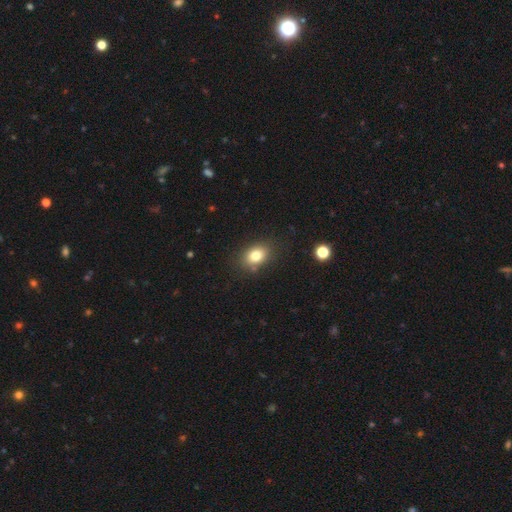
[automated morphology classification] Q: Smooth or featured?
A: smooth (79%); runner-up: star or artifact (11%)
Q: How rounded?
A: in between (68%); runner-up: round (31%)
Q: Merging?
A: none (82%); runner-up: minor disturbance (12%)